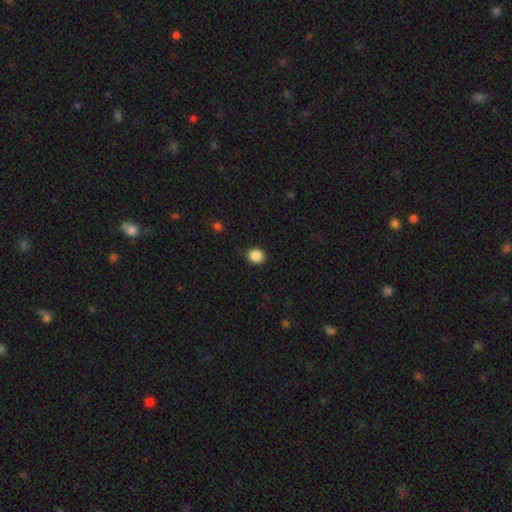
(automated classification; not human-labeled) A smooth galaxy with no disk features (87%) that is round (79%). Merging: none (90%).